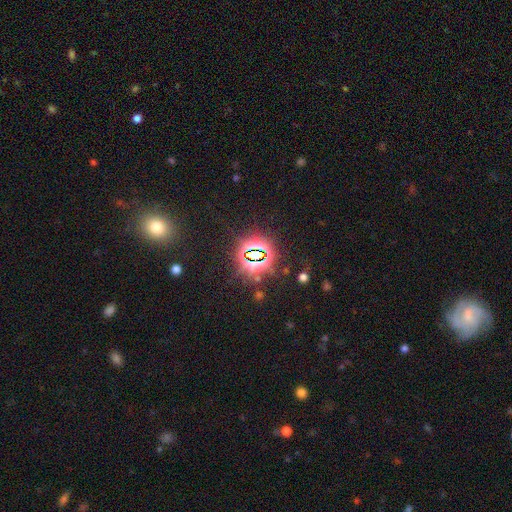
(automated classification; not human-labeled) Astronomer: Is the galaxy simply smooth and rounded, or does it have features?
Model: star or artifact — 81%.